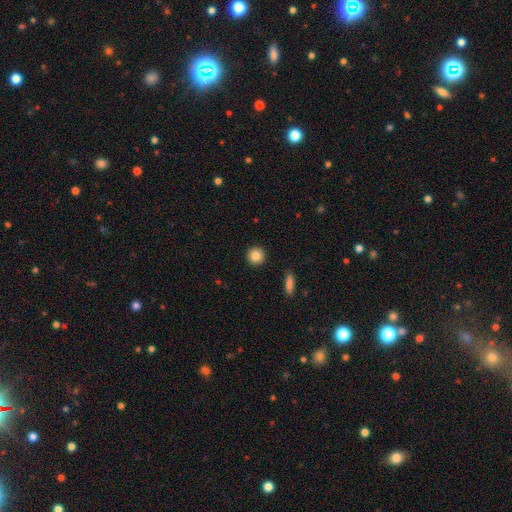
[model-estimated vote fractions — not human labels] Smooth or featured? Predicted: smooth (p=0.85). How rounded? Predicted: round (p=0.94). Merging? Predicted: none (p=0.92).